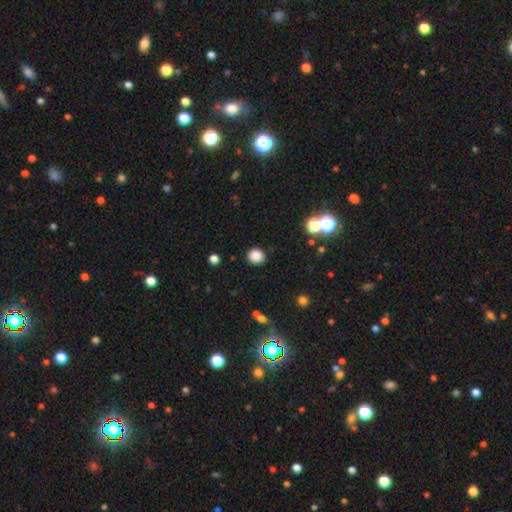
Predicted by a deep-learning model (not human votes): A smooth galaxy with no disk features (85%) that is round (87%).

Vote fractions:
- Smooth or featured? smooth: 85% / star or artifact: 12% / featured or disk: 3%
- How rounded? round: 87% / in between: 12% / cigar-shaped: 1%
- Merging? none: 89% / minor disturbance: 7% / major disturbance: 2% / merger: 2%